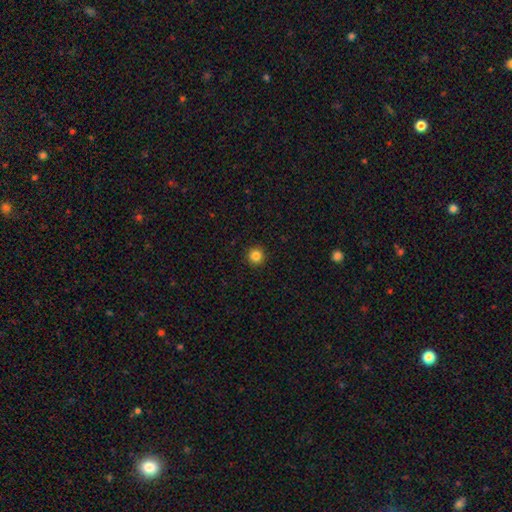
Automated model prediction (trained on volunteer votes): A smooth galaxy with no disk features (85%) that is round (96%). Merging: none (93%).